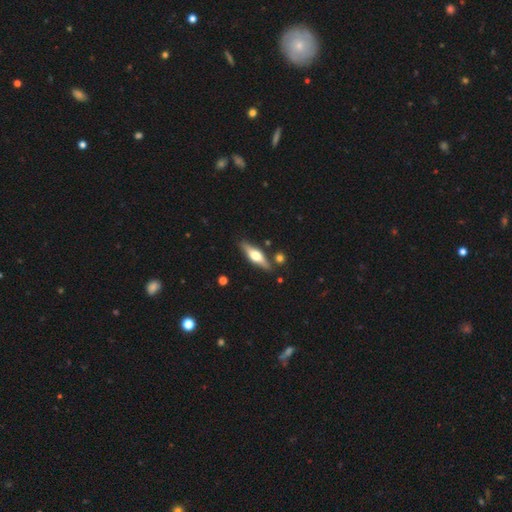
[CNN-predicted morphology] Smooth or featured? Predicted: featured or disk (p=0.58). Edge-on disk? Predicted: yes (p=0.93). Edge-on bulge? Predicted: rounded (p=0.93). Merging? Predicted: none (p=0.83).